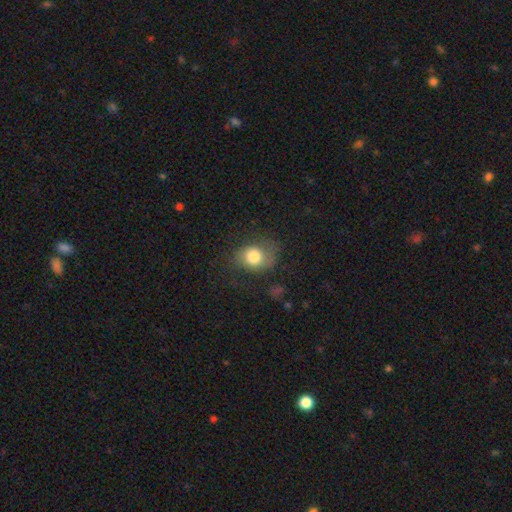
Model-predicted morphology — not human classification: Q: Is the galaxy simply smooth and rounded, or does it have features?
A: smooth — 73%.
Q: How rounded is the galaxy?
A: round — 54%.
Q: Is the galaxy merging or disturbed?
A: none — 58%.